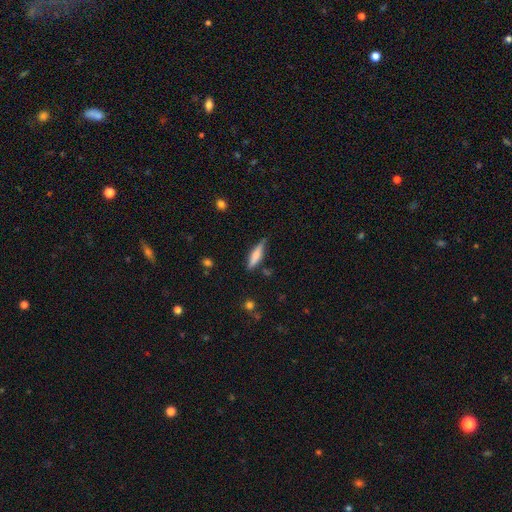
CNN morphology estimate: This is likely a smooth galaxy (67%). How rounded: likely cigar-shaped (72%). Merging: likely none (74%).